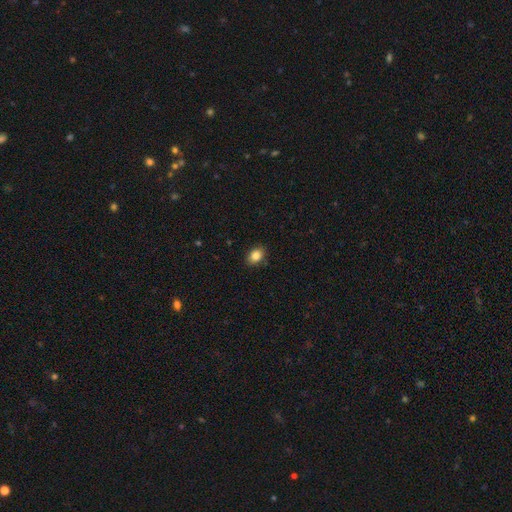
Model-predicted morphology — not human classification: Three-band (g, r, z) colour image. It shows a smooth galaxy with no disk features (86%) that is in between round and cigar-shaped (76%). Merging: none (87%).